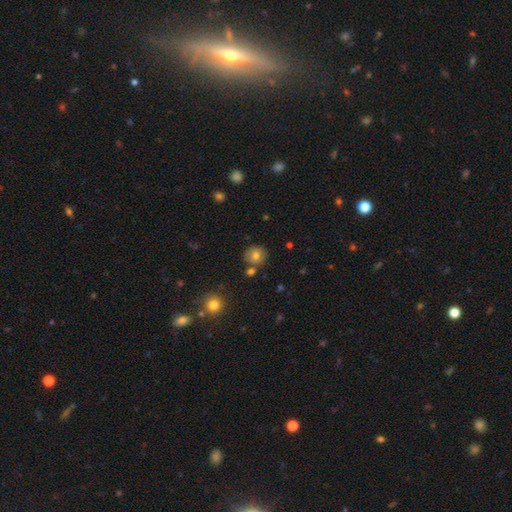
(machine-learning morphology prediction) Smooth or featured: smooth — 74% (featured or disk — 15%)
How rounded: round — 88% (in between — 11%)
Merging: none — 78% (minor disturbance — 12%)